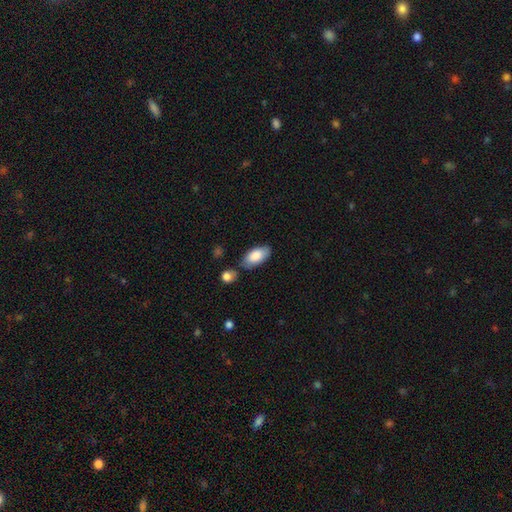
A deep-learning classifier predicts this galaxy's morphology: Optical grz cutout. It shows a smooth galaxy with no disk features (82%) that is in between round and cigar-shaped (94%). Merging: none (69%).